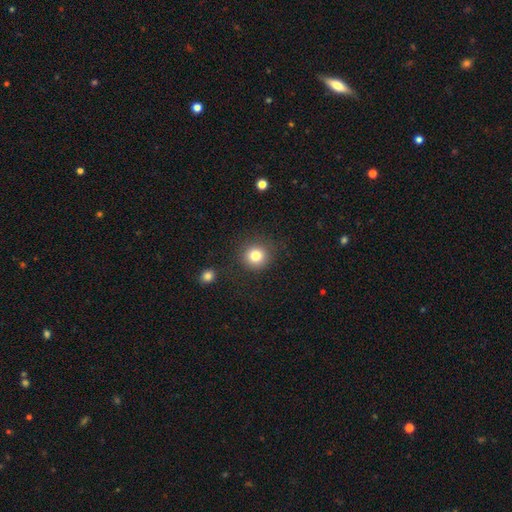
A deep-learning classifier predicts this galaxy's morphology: smooth 81%, star or artifact 12%, featured or disk 8%. Down the decision tree: how rounded — round (92%); merging — none (86%).